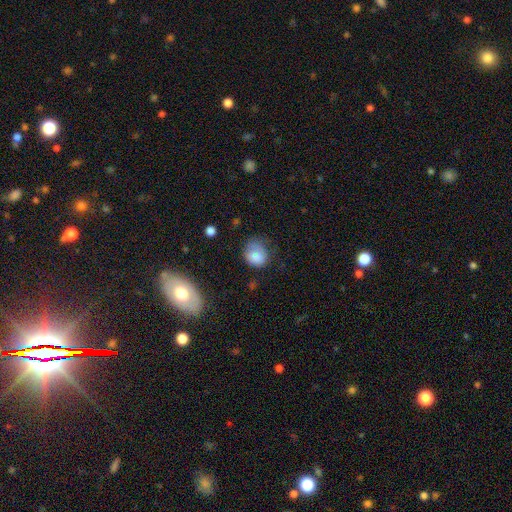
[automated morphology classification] smooth 77%, featured or disk 13%, star or artifact 10%. Down the decision tree: how rounded — round (69%); merging — none (52%).